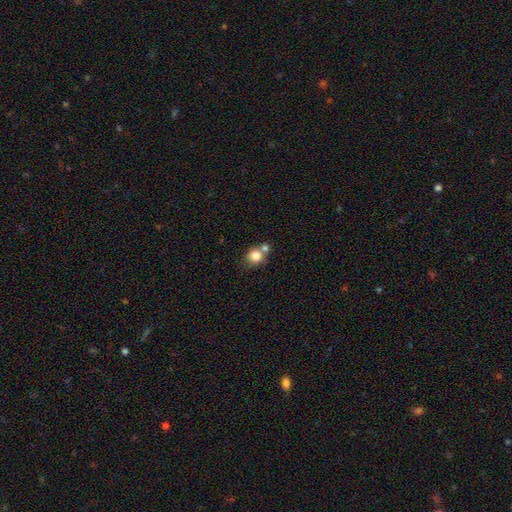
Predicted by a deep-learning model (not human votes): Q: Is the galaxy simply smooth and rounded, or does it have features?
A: smooth — 82%.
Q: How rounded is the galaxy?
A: round — 80%.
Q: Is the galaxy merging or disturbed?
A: none — 49%.